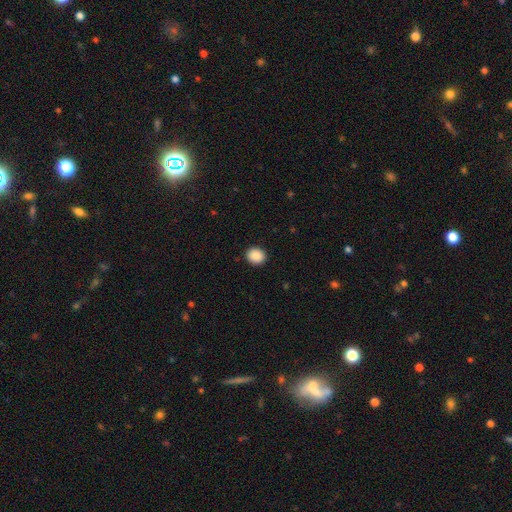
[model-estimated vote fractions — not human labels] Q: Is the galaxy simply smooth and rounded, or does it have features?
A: smooth — 89%.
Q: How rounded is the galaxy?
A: round — 72%.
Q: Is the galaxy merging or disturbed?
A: none — 91%.